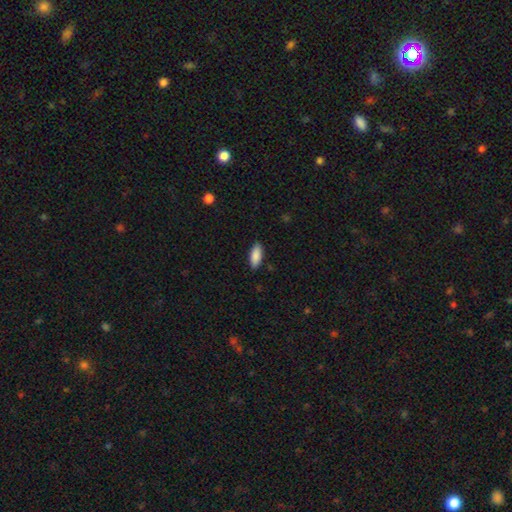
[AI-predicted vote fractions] The model was most divided on "how rounded": in between: 77%, cigar-shaped: 21%, round: 2%. More confident: smooth or featured — smooth (88%); merging — none (87%).